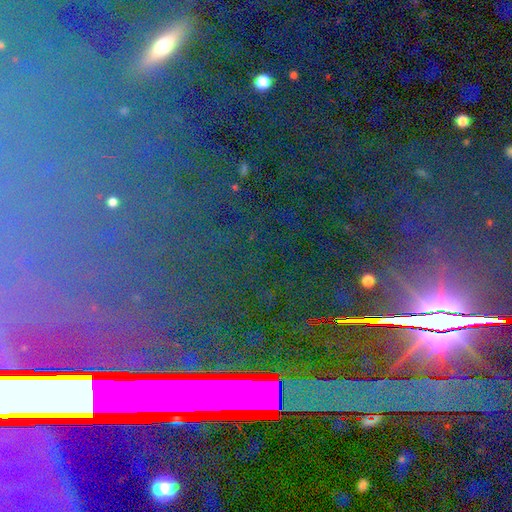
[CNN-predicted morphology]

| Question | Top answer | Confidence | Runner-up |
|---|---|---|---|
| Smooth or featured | star or artifact | 80% | smooth (12%) |